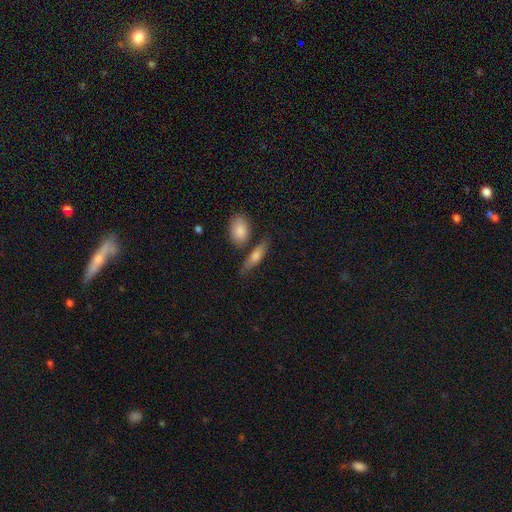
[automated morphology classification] smooth-or-featured: smooth: 68% | featured or disk: 25% | star or artifact: 7%
  how-rounded: in between: 49% | cigar-shaped: 46% | round: 5%
  merging: none: 67% | minor disturbance: 15% | merger: 14% | major disturbance: 4%